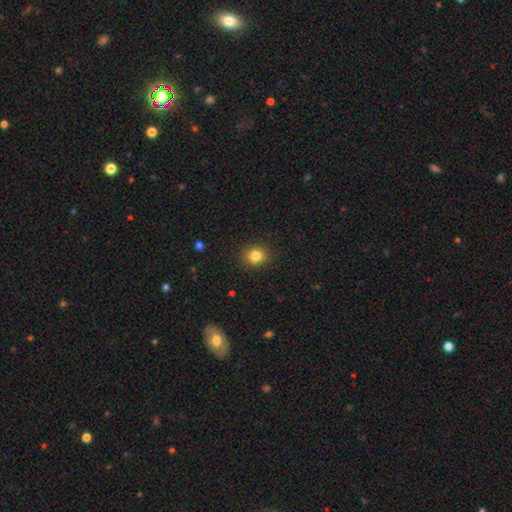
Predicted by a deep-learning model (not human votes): The model was most divided on "how rounded": round: 80%, in between: 19%, cigar-shaped: 1%. More confident: merging — none (90%); smooth or featured — smooth (83%).